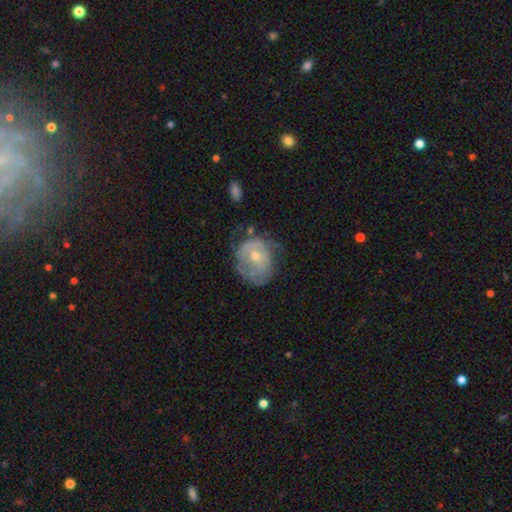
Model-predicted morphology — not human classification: smooth_or_featured: featured or disk (p=0.62) [alt: smooth p=0.30]
disk_edge_on: no (p=0.97) [alt: yes p=0.03]
bar: no (p=0.75) [alt: weak p=0.21]
has_spiral_arms: yes (p=0.66) [alt: no p=0.34]
bulge_size: small (p=0.50) [alt: moderate p=0.46]
merging: none (p=0.50) [alt: minor disturbance p=0.29]